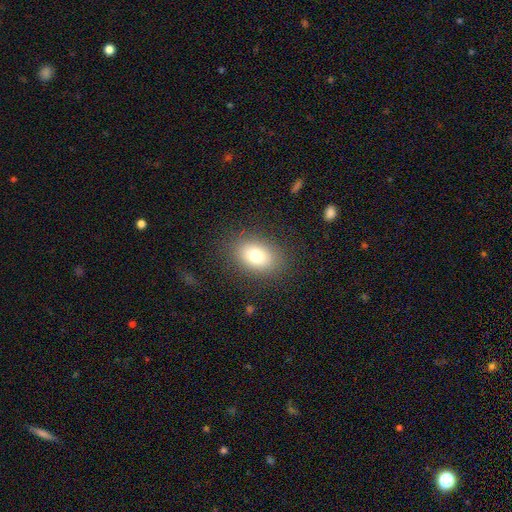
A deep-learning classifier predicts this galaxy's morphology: Smooth or featured? Predicted: smooth (p=0.77). How rounded? Predicted: in between (p=0.79). Merging? Predicted: none (p=0.84).